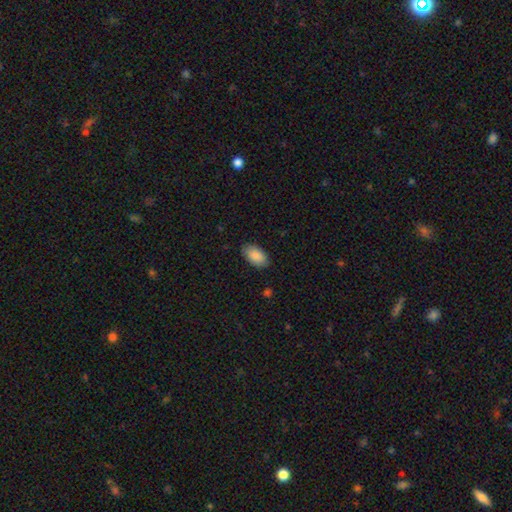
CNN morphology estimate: Smooth or featured?
  - smooth: 89% *
  - star or artifact: 6%
  - featured or disk: 4%
How rounded?
  - in between: 95% *
  - round: 3%
  - cigar-shaped: 2%
Merging?
  - none: 86% *
  - minor disturbance: 11%
  - major disturbance: 2%
  - merger: 1%